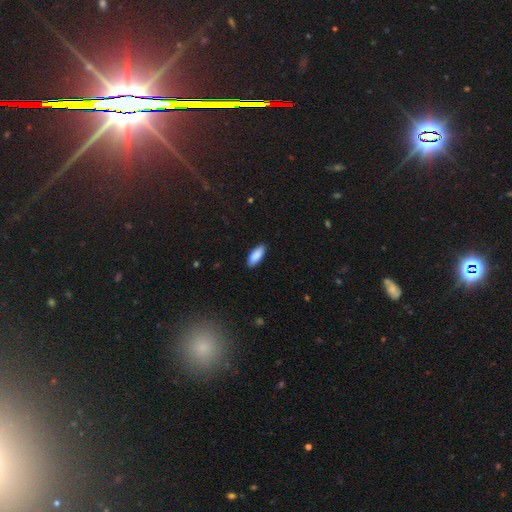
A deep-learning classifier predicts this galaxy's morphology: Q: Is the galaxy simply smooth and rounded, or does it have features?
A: smooth — 88%.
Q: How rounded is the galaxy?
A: in between — 76%.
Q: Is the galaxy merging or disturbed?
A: none — 87%.